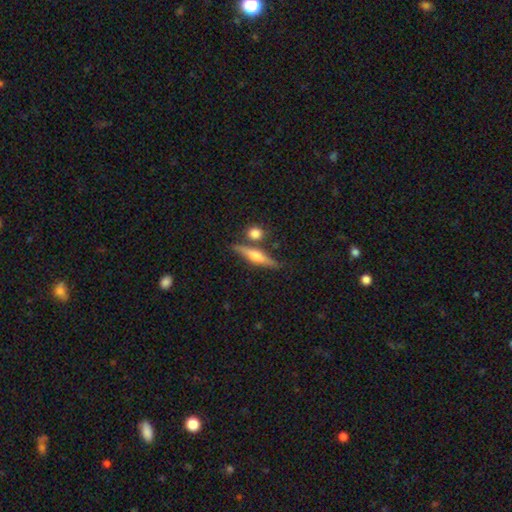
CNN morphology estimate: Overall: featured or disk (59%; smooth 34%). Edge-on disk: yes (95%). Edge-on bulge: rounded (88%). Merging: none (74%).